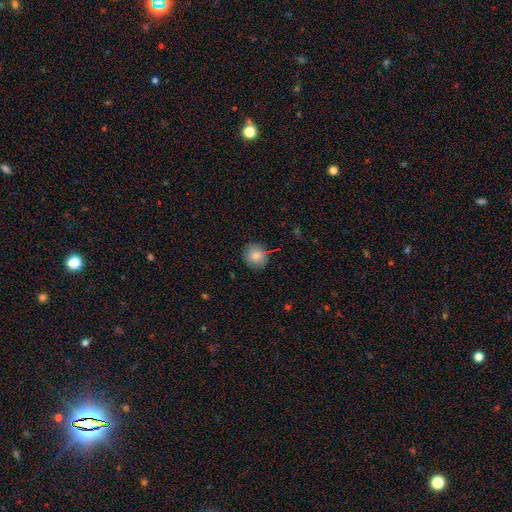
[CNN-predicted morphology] type=smooth (82%); roundness=round (86%); merging=none (85%).